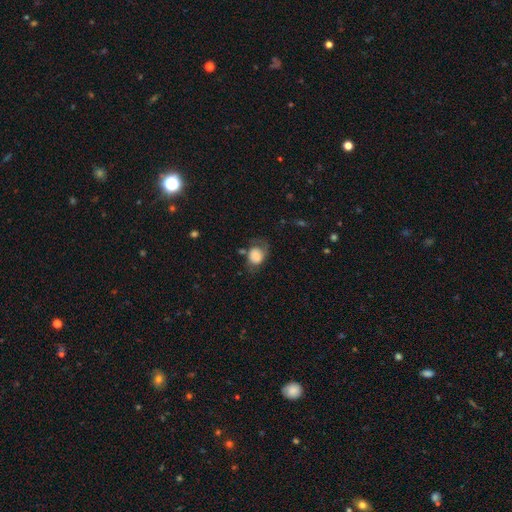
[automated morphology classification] Overall: smooth (70%). How rounded: in between (55%; round 44%). Merging: none (42%; minor disturbance 29%).